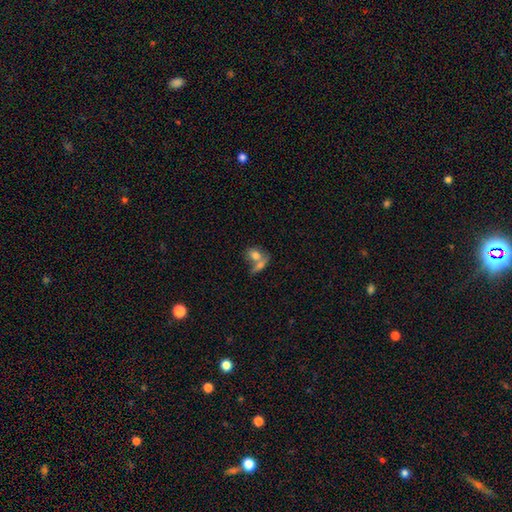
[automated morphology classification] smooth_or_featured: smooth (p=0.73) [alt: featured or disk p=0.19]
how_rounded: in between (p=0.66) [alt: round p=0.29]
merging: merger (p=0.59) [alt: none p=0.27]